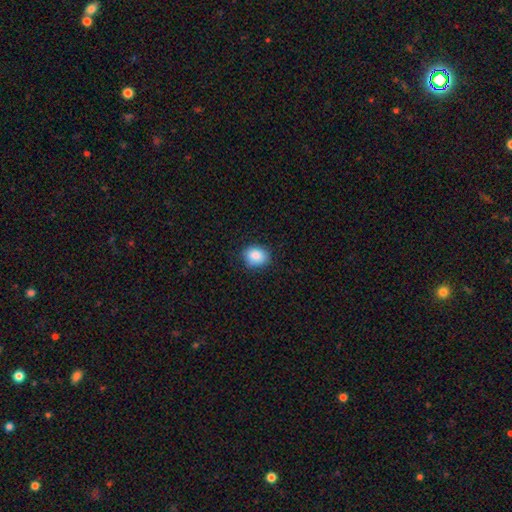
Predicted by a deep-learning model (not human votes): This appears to be a smooth galaxy with no disk features (87%) that is round (52%). Merging: none (84%).